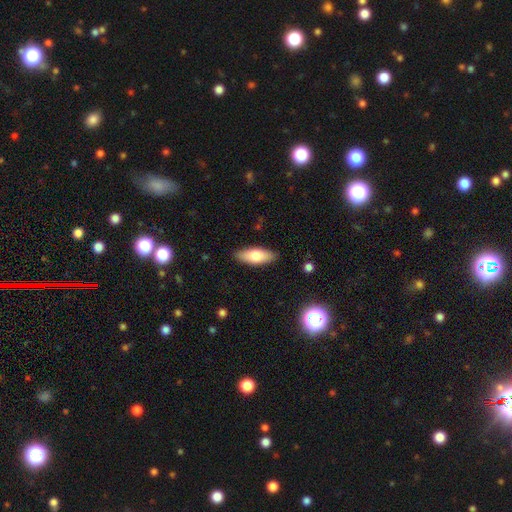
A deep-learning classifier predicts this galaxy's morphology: Smooth or featured: smooth — 72% (featured or disk — 21%)
How rounded: in between — 73% (cigar-shaped — 24%)
Merging: none — 88% (minor disturbance — 9%)